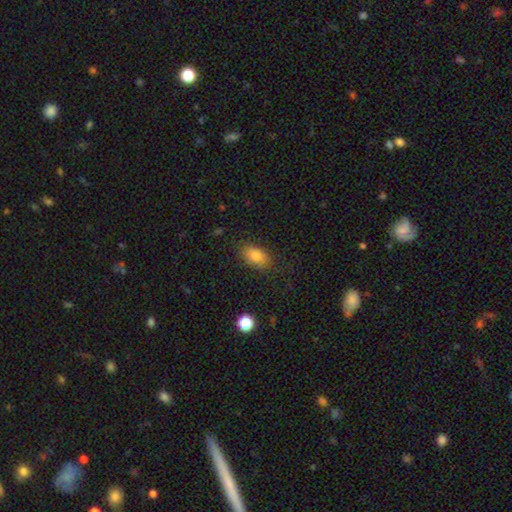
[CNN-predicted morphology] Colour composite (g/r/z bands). It shows a smooth galaxy with no disk features (83%) that is in between round and cigar-shaped (87%). Merging: none (81%).